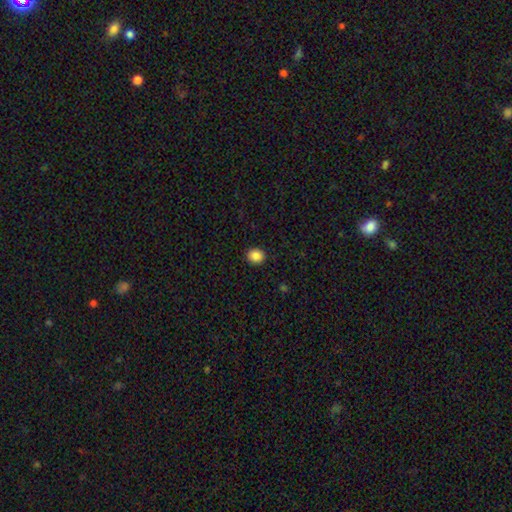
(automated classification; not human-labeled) Q: Smooth or featured?
A: smooth (87%); runner-up: star or artifact (10%)
Q: How rounded?
A: round (74%); runner-up: in between (26%)
Q: Merging?
A: none (92%); runner-up: minor disturbance (5%)